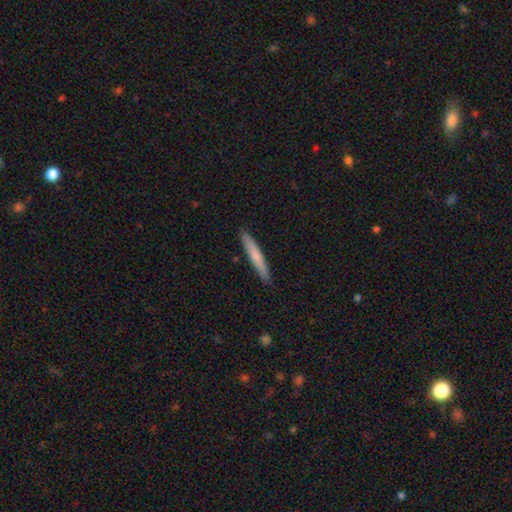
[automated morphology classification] smooth_or_featured: smooth (p=0.67) [alt: featured or disk p=0.27]
how_rounded: cigar-shaped (p=0.95) [alt: in between p=0.04]
merging: none (p=0.90) [alt: minor disturbance p=0.07]